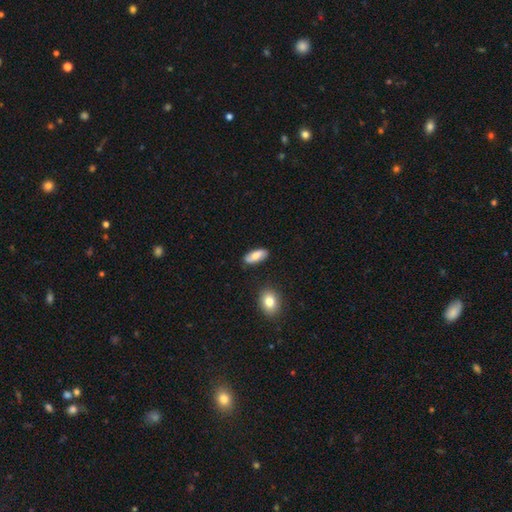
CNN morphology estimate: Smooth or featured? Predicted: smooth (p=0.75). How rounded? Predicted: in between (p=0.79). Merging? Predicted: none (p=0.85).